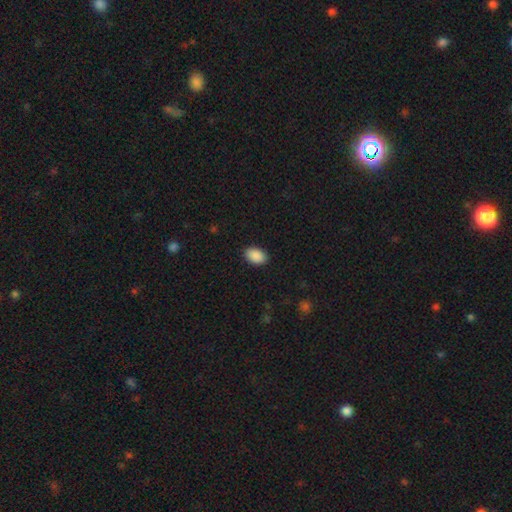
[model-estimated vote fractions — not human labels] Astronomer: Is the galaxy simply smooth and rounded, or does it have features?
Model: smooth — 91%.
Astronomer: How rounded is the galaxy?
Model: in between — 87%.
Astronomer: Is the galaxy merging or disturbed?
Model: none — 89%.